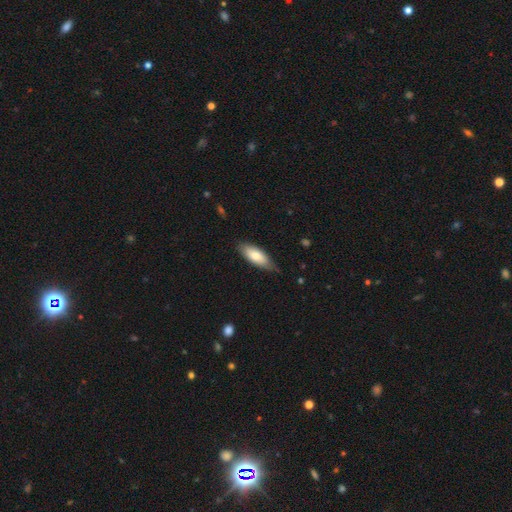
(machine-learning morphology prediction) The model was most divided on "smooth or featured": smooth: 72%, featured or disk: 22%, star or artifact: 6%. More confident: how rounded — in between (76%); merging — none (76%).